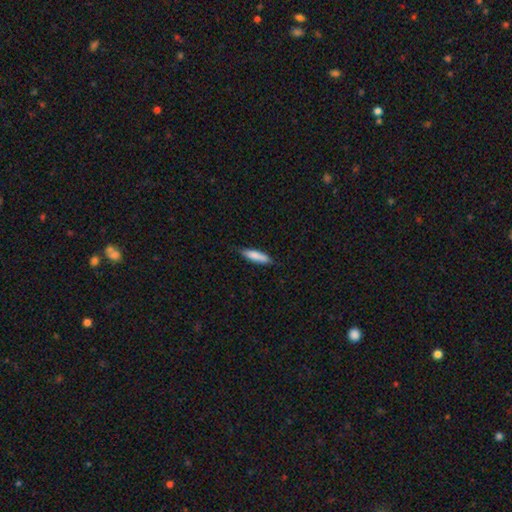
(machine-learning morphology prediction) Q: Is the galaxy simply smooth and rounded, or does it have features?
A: smooth — 83%.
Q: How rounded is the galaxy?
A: cigar-shaped — 72%.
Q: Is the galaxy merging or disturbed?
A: none — 80%.